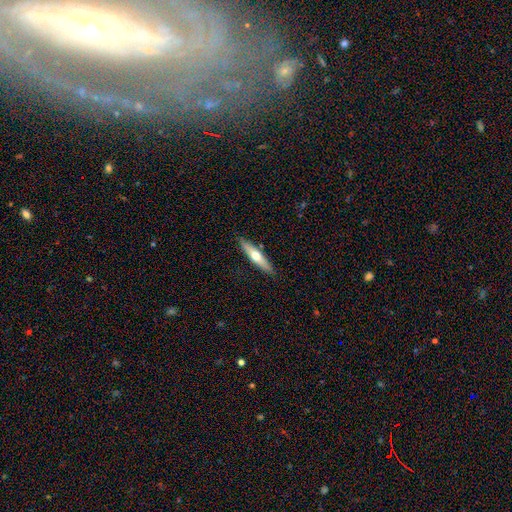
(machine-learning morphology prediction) Smooth or featured?
  - smooth: 48% *
  - featured or disk: 47%
  - star or artifact: 5%
Merging?
  - none: 88% *
  - minor disturbance: 9%
  - major disturbance: 2%
  - merger: 1%